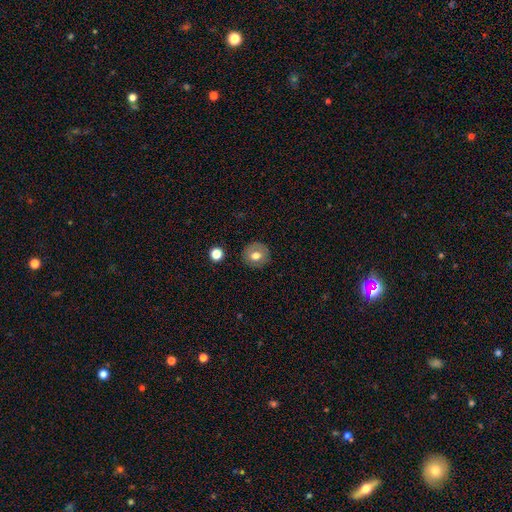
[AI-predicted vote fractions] Smooth or featured? smooth (69%)
How rounded? round (89%)
Merging? none (88%)